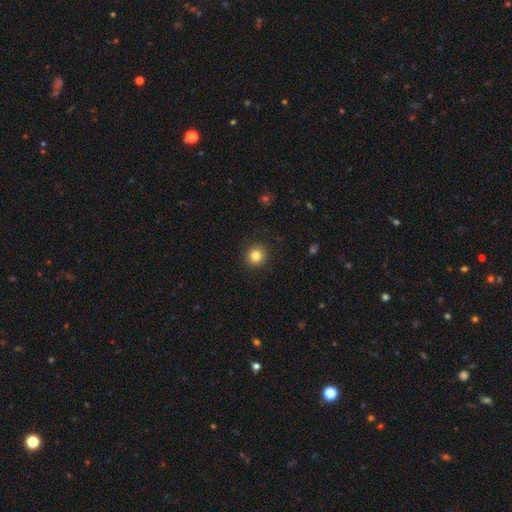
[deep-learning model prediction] Smooth or featured? Predicted: smooth (p=0.83). How rounded? Predicted: round (p=0.91). Merging? Predicted: none (p=0.91).